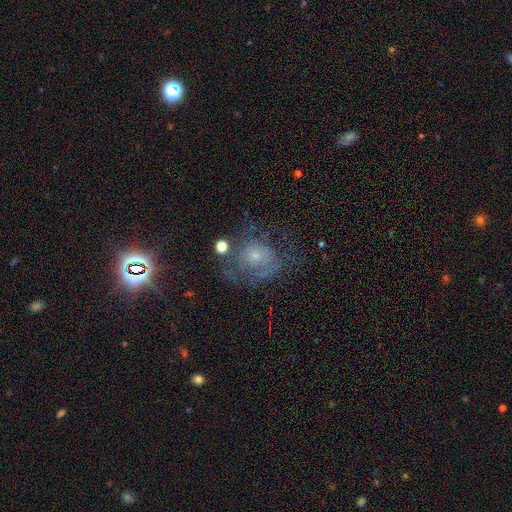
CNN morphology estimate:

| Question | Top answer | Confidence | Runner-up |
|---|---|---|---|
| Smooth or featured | featured or disk | 48% | smooth (28%) |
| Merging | none | 50% | major disturbance (25%) |